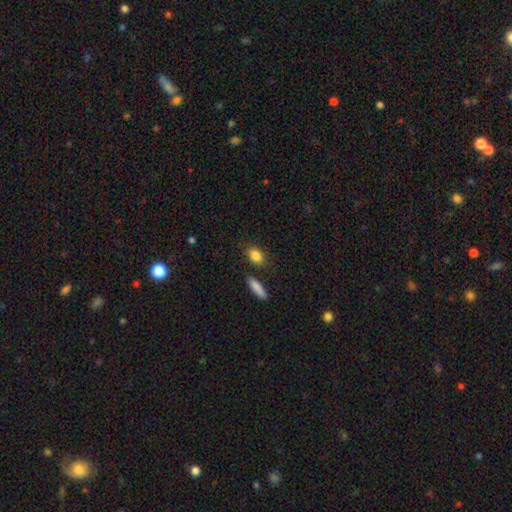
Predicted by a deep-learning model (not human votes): A smooth galaxy with no disk features (86%) that is in between round and cigar-shaped (73%). Merging: none (81%).